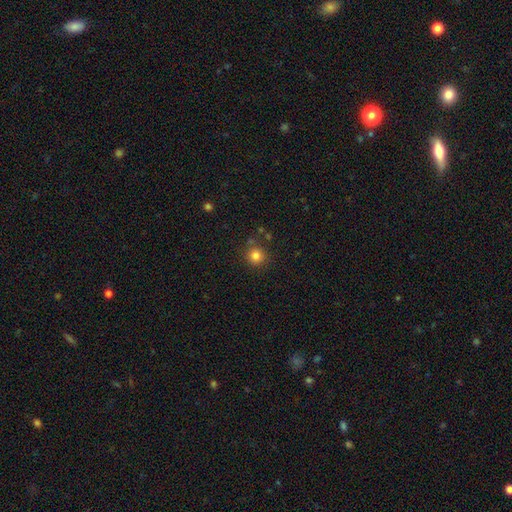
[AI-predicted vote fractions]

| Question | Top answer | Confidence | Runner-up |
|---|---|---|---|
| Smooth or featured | smooth | 82% | star or artifact (13%) |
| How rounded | round | 93% | in between (6%) |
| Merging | none | 83% | minor disturbance (9%) |